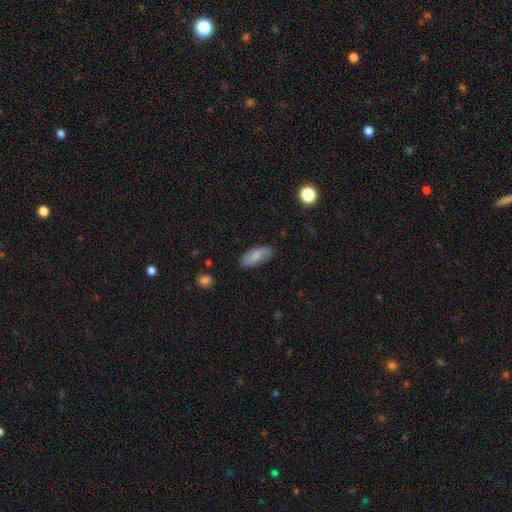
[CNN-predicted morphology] The model was most divided on "smooth or featured": smooth: 73%, featured or disk: 21%, star or artifact: 6%. More confident: how rounded — in between (88%); merging — none (84%).